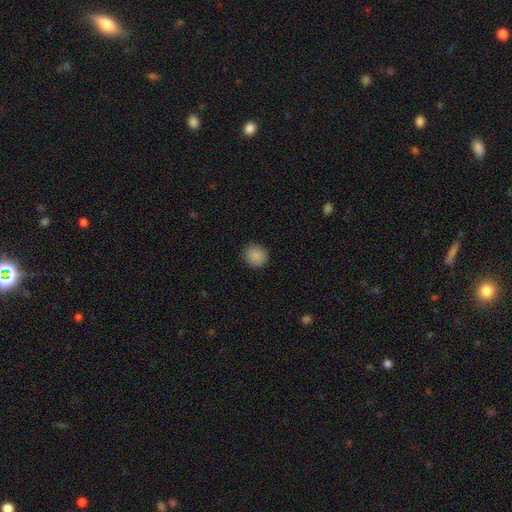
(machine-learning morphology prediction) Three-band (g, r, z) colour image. It shows a smooth galaxy with no disk features (89%) that is round (91%). Merging: none (91%).